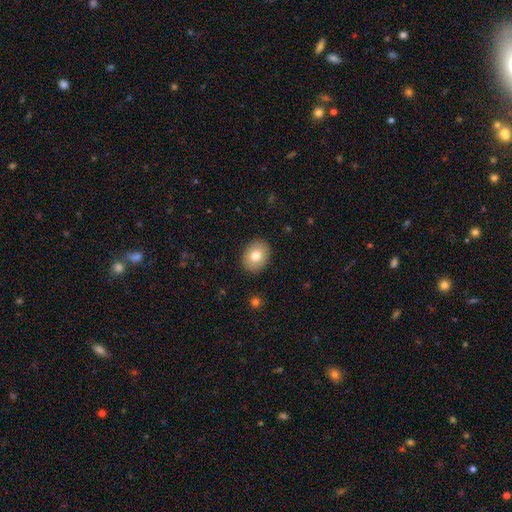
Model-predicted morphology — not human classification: Smooth or featured?
  - smooth: 77% *
  - featured or disk: 14%
  - star or artifact: 8%
How rounded?
  - in between: 57% *
  - round: 42%
  - cigar-shaped: 1%
Merging?
  - none: 90% *
  - minor disturbance: 7%
  - major disturbance: 2%
  - merger: 1%